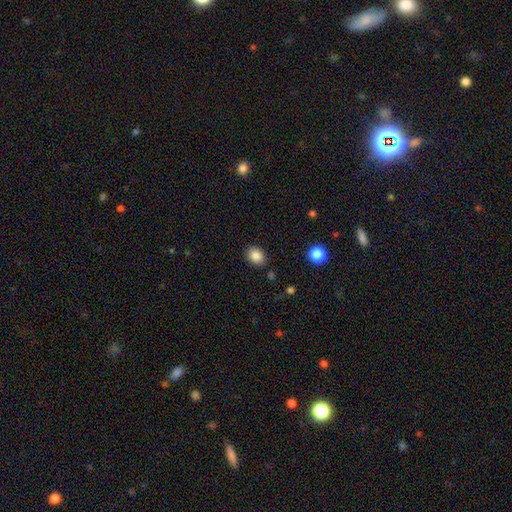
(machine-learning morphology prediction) A smooth galaxy with no disk features (86%) that is in between round and cigar-shaped (56%). Merging: none (86%).